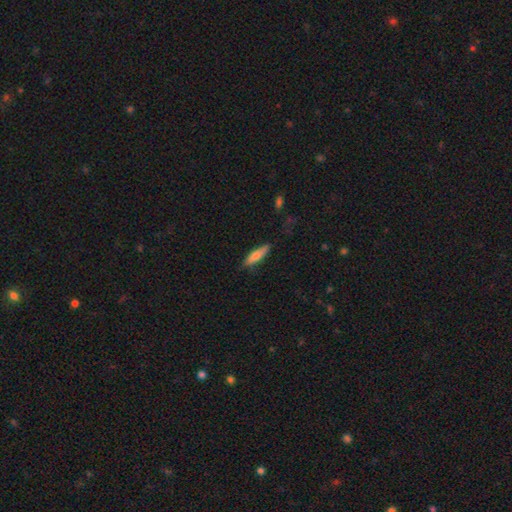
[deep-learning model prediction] Smooth or featured: smooth — 72% (featured or disk — 22%)
How rounded: cigar-shaped — 71% (in between — 28%)
Merging: none — 81% (minor disturbance — 15%)